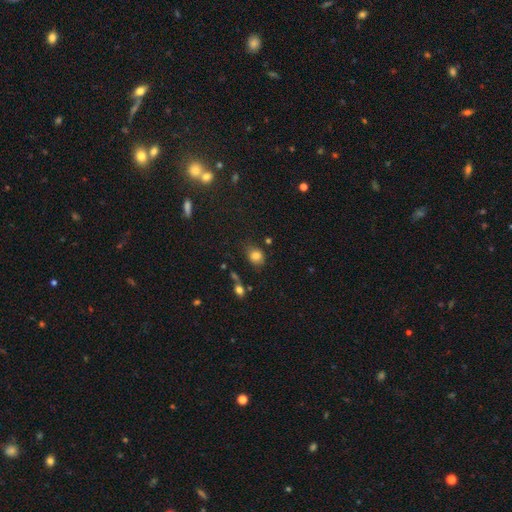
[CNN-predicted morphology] smooth-or-featured: smooth: 81% | star or artifact: 12% | featured or disk: 7%
  how-rounded: round: 58% | in between: 41% | cigar-shaped: 1%
  merging: none: 69% | minor disturbance: 20% | major disturbance: 6% | merger: 5%